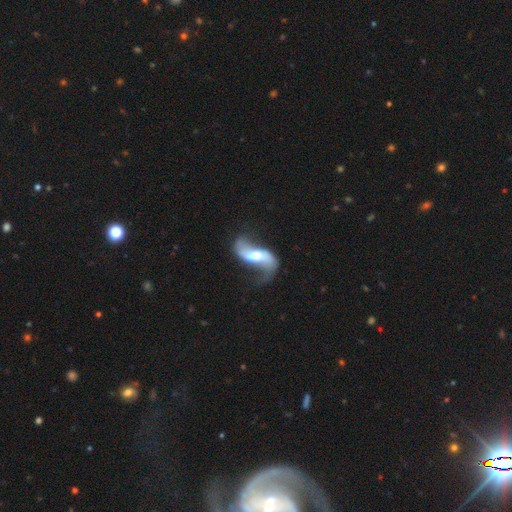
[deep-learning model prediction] A featured or disk galaxy (82%) with a weak bar (39%), 2 (90%) loose (86%) spiral arms (92%) and a moderate central bulge (49%).

Vote fractions:
- Smooth or featured? featured or disk: 82% / smooth: 13% / star or artifact: 6%
- Edge-on disk? no: 94% / yes: 6%
- Bar? weak: 39% / strong: 37% / no: 24%
- Spiral arms? yes: 92% / no: 8%
- Spiral winding? loose: 86% / medium: 11% / tight: 3%
- Spiral arm count? 2: 90% / 1: 4% / can't tell: 3% / 3: 1% / 4: 1% / more than 4: 1%
- Bulge size? moderate: 49% / small: 27% / large: 14% / none: 8% / dominant: 2%
- Merging? none: 53% / major disturbance: 21% / minor disturbance: 21% / merger: 6%